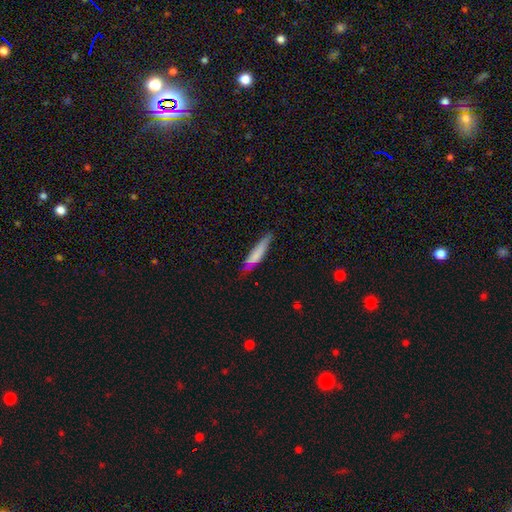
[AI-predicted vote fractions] smooth-or-featured: smooth: 70% | featured or disk: 24% | star or artifact: 6%
  how-rounded: cigar-shaped: 86% | in between: 12% | round: 1%
  merging: none: 65% | minor disturbance: 26% | major disturbance: 6% | merger: 2%